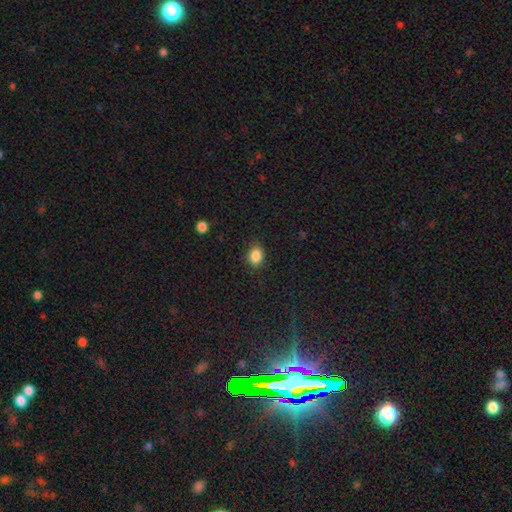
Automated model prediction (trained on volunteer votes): Smooth or featured?
  - smooth: 86% *
  - star or artifact: 9%
  - featured or disk: 4%
How rounded?
  - in between: 58% *
  - round: 41%
  - cigar-shaped: 1%
Merging?
  - none: 86% *
  - minor disturbance: 10%
  - major disturbance: 3%
  - merger: 1%